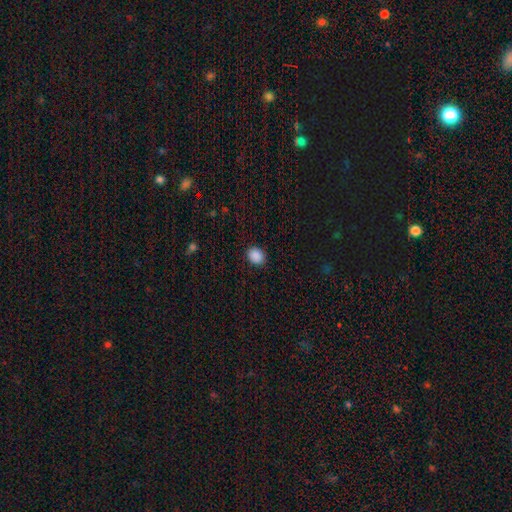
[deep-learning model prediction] This is clearly a smooth galaxy (89%). How rounded: possibly round (58%). Merging: clearly none (90%).